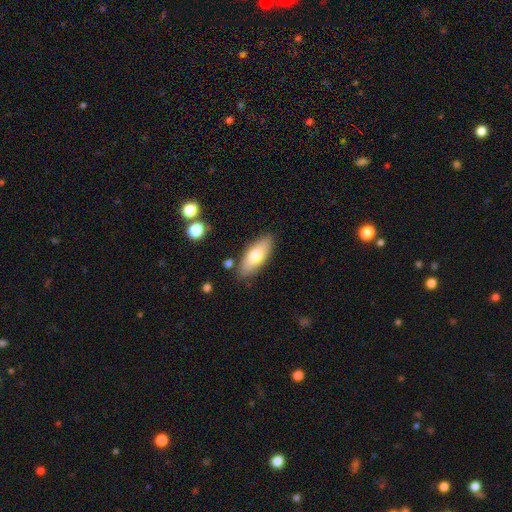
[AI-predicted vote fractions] smooth-or-featured: smooth: 71% | featured or disk: 23% | star or artifact: 6%
  how-rounded: in between: 76% | cigar-shaped: 22% | round: 2%
  merging: none: 84% | minor disturbance: 11% | merger: 3% | major disturbance: 2%